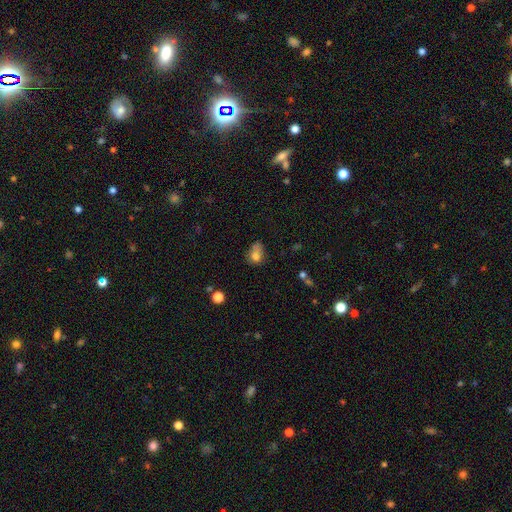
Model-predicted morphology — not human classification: smooth 73%, featured or disk 14%, star or artifact 13%. Down the decision tree: how rounded — in between (59%); merging — none (34%).